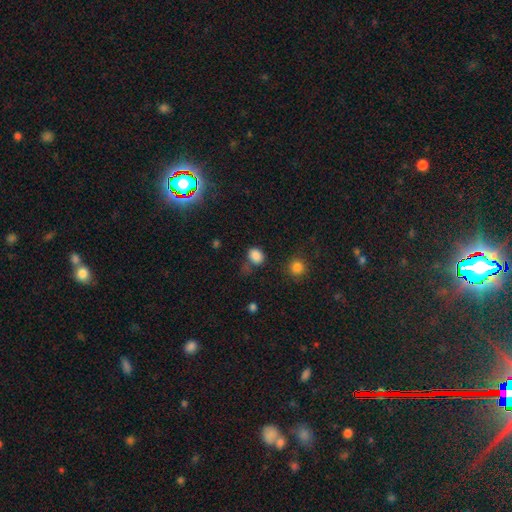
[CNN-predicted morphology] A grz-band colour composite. It shows a smooth galaxy with no disk features (82%) that is round (53%). Merging: none (66%).